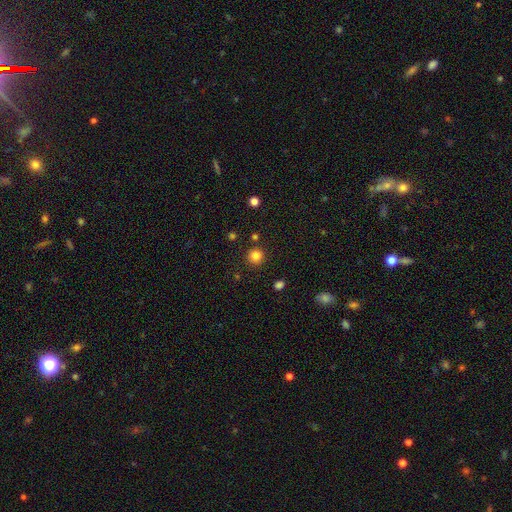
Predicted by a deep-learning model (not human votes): The model was most divided on "smooth or featured": smooth: 83%, star or artifact: 13%, featured or disk: 4%. More confident: how rounded — round (95%); merging — none (89%).